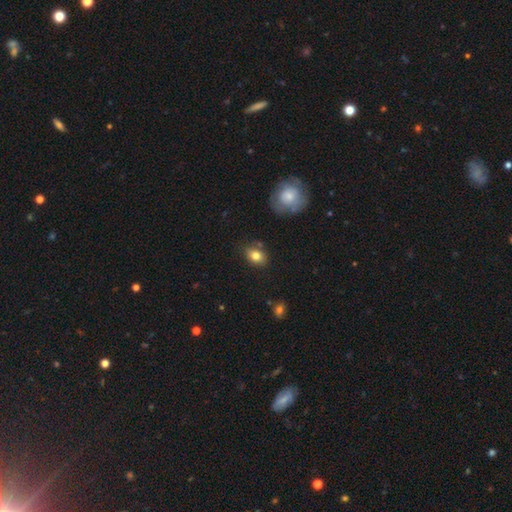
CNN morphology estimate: This appears to be a smooth galaxy with no disk features (81%) that is in between round and cigar-shaped (71%). Merging: none (76%).